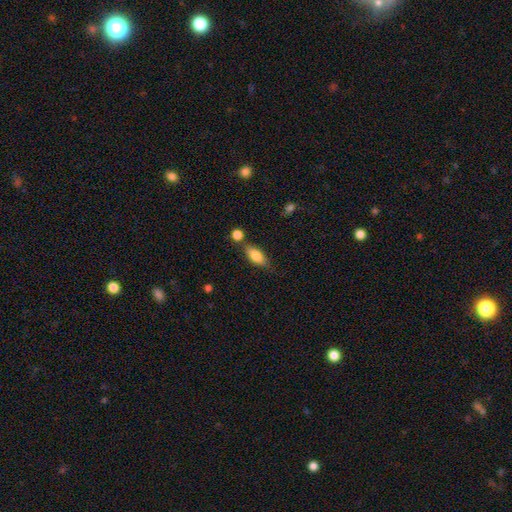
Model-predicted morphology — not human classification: A smooth galaxy with no disk features (80%) that is in between round and cigar-shaped (80%).

Vote fractions:
- Smooth or featured? smooth: 80% / featured or disk: 13% / star or artifact: 7%
- How rounded? in between: 80% / cigar-shaped: 17% / round: 3%
- Merging? none: 67% / minor disturbance: 15% / merger: 14% / major disturbance: 4%